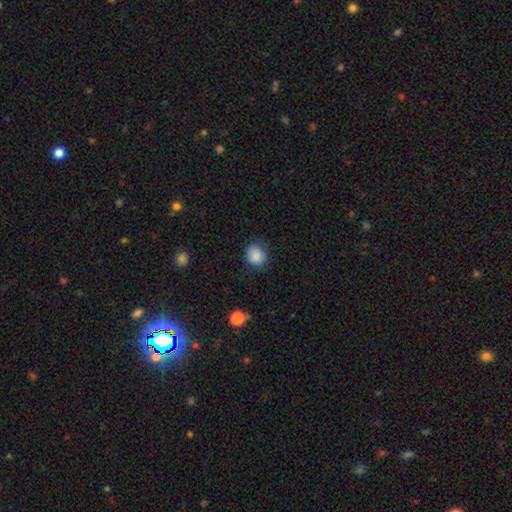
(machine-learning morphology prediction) A smooth galaxy with no disk features (86%) that is round (73%). Merging: none (74%).